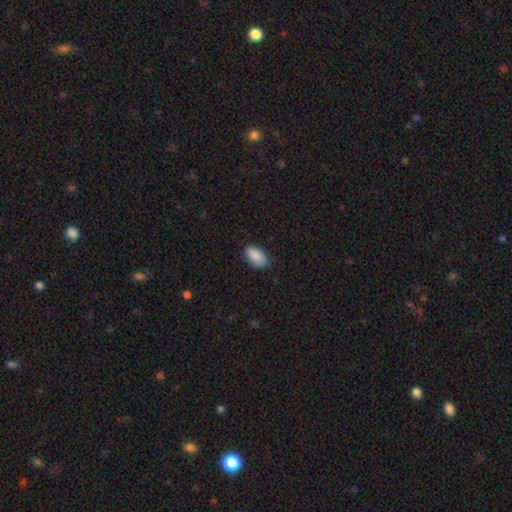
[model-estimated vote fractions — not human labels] Smooth or featured? smooth (89%)
How rounded? in between (93%)
Merging? none (78%)